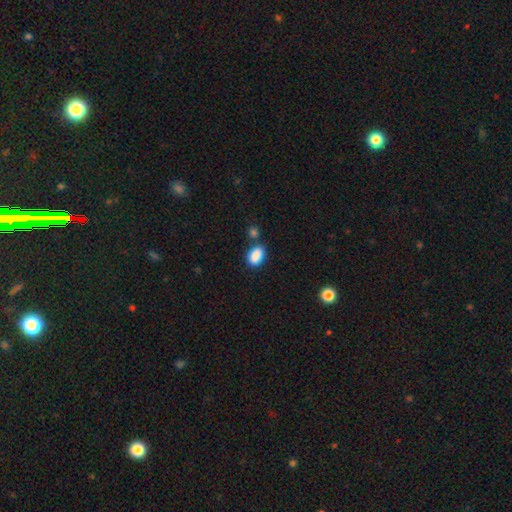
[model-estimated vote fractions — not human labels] Overall: smooth (88%). How rounded: in between (85%). Merging: none (66%).